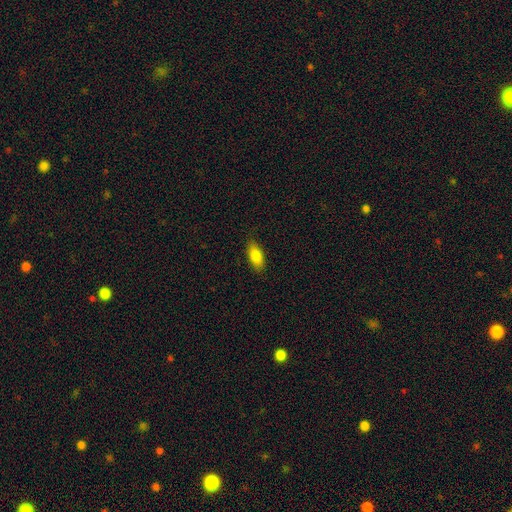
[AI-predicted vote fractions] Q: Smooth or featured?
A: smooth (83%); runner-up: featured or disk (10%)
Q: How rounded?
A: in between (84%); runner-up: cigar-shaped (14%)
Q: Merging?
A: none (86%); runner-up: minor disturbance (11%)